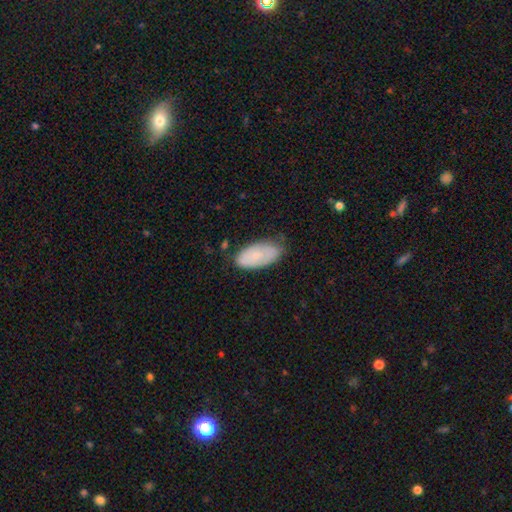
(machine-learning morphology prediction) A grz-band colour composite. It shows a smooth galaxy with no disk features (78%) that is in between round and cigar-shaped (92%). Merging: none (66%).